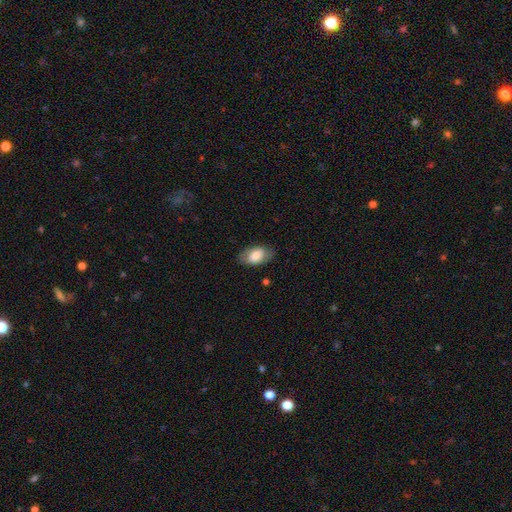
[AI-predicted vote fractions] smooth_or_featured: smooth (p=0.75) [alt: featured or disk p=0.19]
how_rounded: in between (p=0.93) [alt: round p=0.05]
merging: none (p=0.80) [alt: minor disturbance p=0.14]